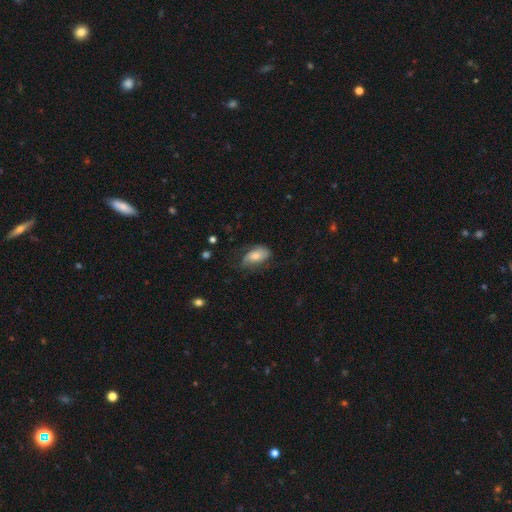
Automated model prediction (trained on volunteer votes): This appears to be a smooth galaxy with no disk features (56%) that is in between round and cigar-shaped (90%). Merging: none (57%).